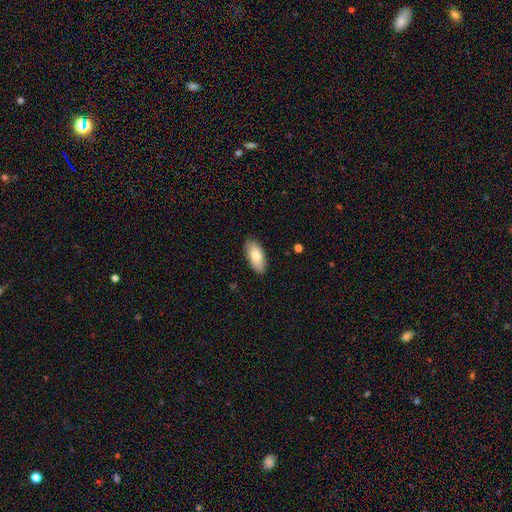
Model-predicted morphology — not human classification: smooth-or-featured: smooth: 79% | featured or disk: 15% | star or artifact: 6%
  how-rounded: in between: 91% | cigar-shaped: 6% | round: 2%
  merging: none: 87% | minor disturbance: 10% | major disturbance: 2% | merger: 1%